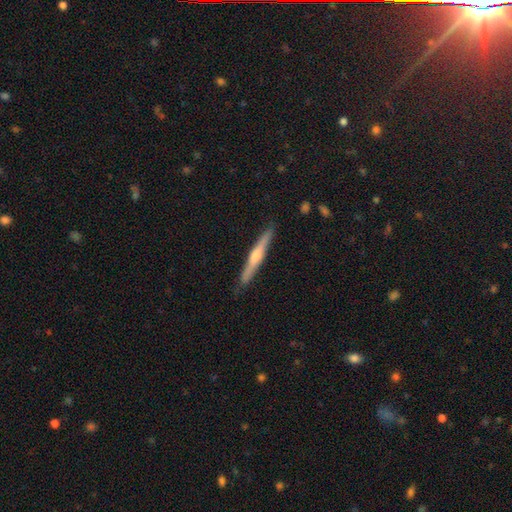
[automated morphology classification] Smooth or featured: featured or disk — 61% (smooth — 34%)
Edge-on disk: yes — 97% (no — 3%)
Edge-on bulge: rounded — 75% (none — 17%)
Merging: none — 89% (minor disturbance — 8%)